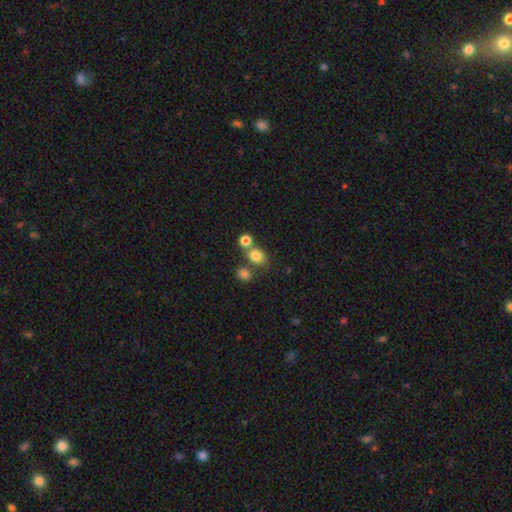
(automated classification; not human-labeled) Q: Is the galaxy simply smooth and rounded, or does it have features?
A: smooth — 79%.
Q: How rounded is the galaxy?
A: round — 62%.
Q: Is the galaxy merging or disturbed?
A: none — 57%.